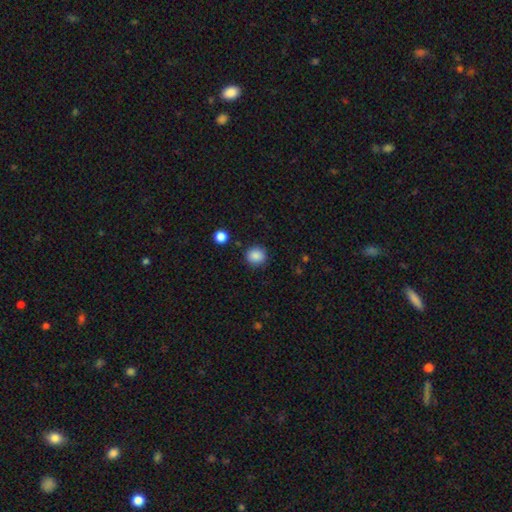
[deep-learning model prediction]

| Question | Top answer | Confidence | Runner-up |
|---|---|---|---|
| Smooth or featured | smooth | 87% | star or artifact (9%) |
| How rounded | round | 90% | in between (9%) |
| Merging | none | 89% | minor disturbance (7%) |